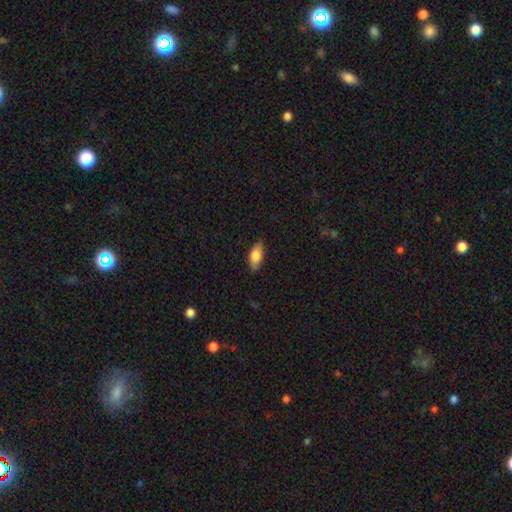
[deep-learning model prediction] This is likely a smooth galaxy (79%). How rounded: clearly in between (88%). Merging: clearly none (87%).